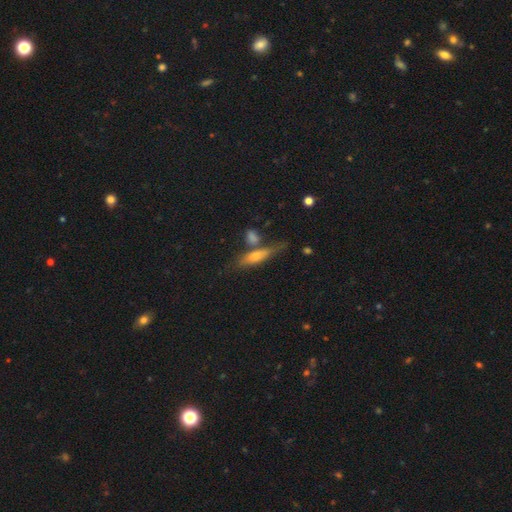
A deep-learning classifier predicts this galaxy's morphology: smooth 48%, featured or disk 43%, star or artifact 10%. Down the decision tree: merging — none (58%).